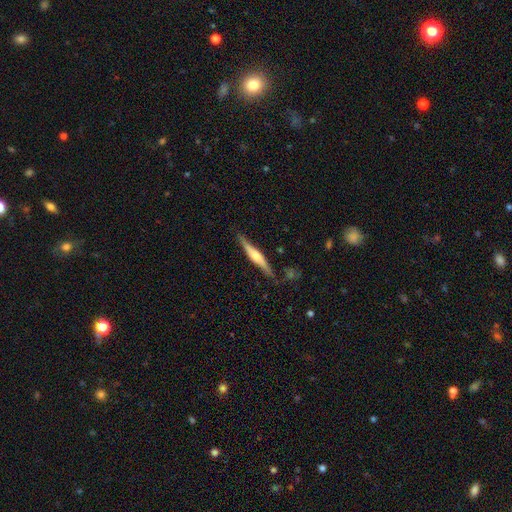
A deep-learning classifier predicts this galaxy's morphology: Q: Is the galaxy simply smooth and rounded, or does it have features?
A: featured or disk — 62%.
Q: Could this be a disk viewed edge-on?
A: yes — 95%.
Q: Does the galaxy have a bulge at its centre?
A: rounded — 75%.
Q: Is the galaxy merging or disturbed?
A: none — 80%.